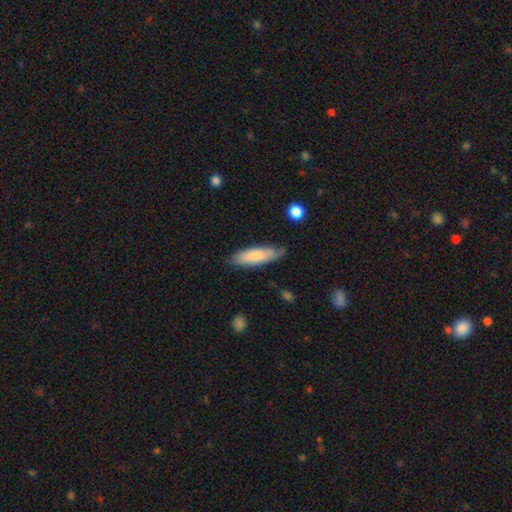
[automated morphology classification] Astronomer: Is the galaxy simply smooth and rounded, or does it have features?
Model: smooth — 76%.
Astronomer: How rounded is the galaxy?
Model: cigar-shaped — 56% (runner-up: in between, 42%).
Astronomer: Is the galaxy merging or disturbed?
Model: none — 78%.